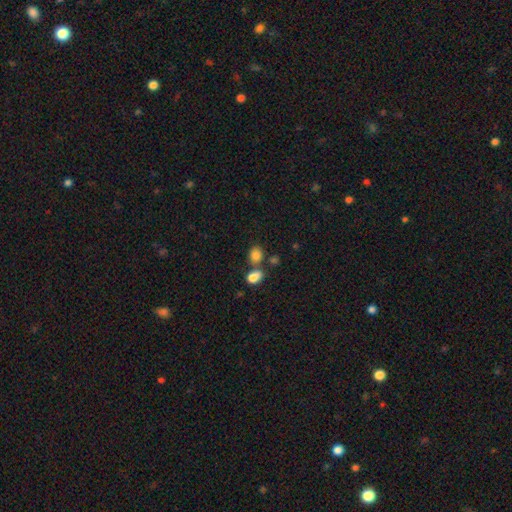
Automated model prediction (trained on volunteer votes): A smooth galaxy with no disk features (82%) that is round (59%).

Vote fractions:
- Smooth or featured? smooth: 82% / star or artifact: 11% / featured or disk: 7%
- How rounded? round: 59% / in between: 40% / cigar-shaped: 1%
- Merging? none: 53% / merger: 33% / minor disturbance: 11% / major disturbance: 4%